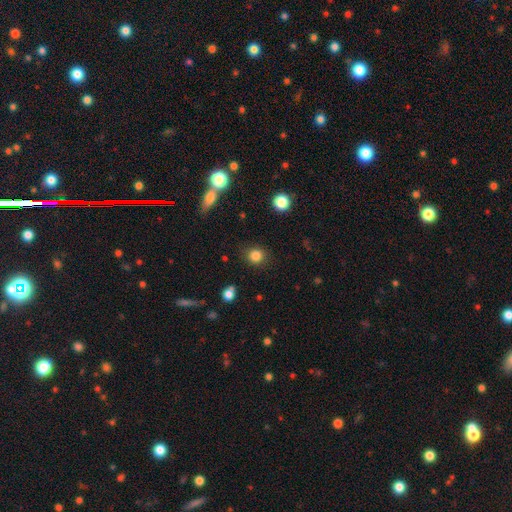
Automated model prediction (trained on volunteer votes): Smooth or featured?
  - smooth: 84% *
  - star or artifact: 12%
  - featured or disk: 5%
How rounded?
  - round: 86% *
  - in between: 13%
  - cigar-shaped: 1%
Merging?
  - none: 87% *
  - minor disturbance: 8%
  - major disturbance: 3%
  - merger: 2%